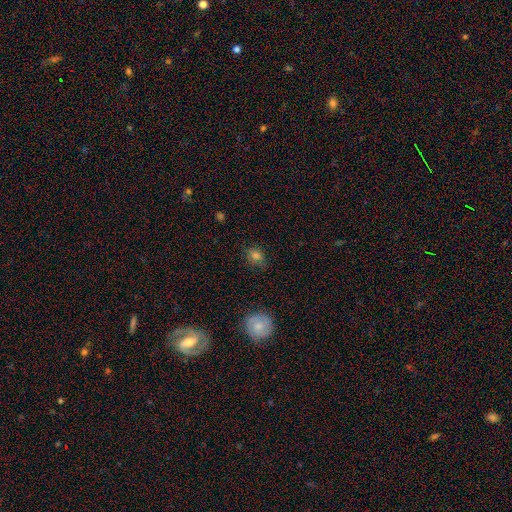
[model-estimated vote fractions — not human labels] Q: Smooth or featured?
A: smooth (76%); runner-up: star or artifact (14%)
Q: How rounded?
A: round (61%); runner-up: in between (37%)
Q: Merging?
A: none (76%); runner-up: minor disturbance (18%)